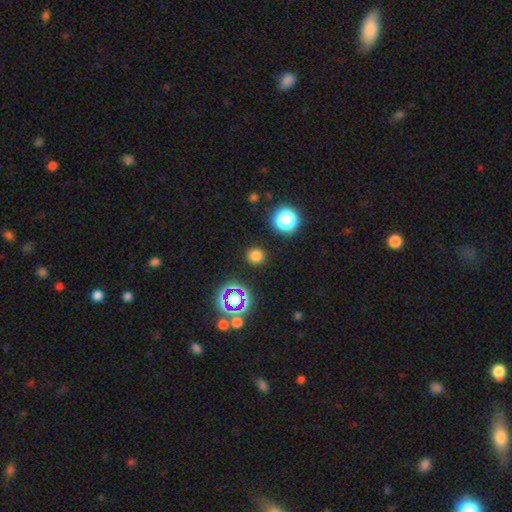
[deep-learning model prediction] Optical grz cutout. It shows a smooth galaxy with no disk features (73%) that is round (88%). Merging: none (89%).